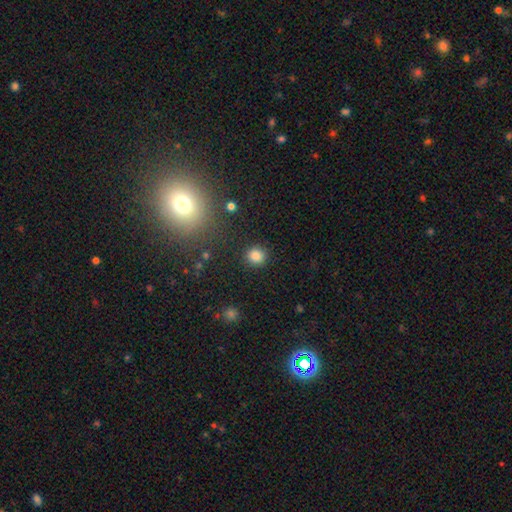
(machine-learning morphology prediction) Overall: smooth (84%). How rounded: round (87%). Merging: none (89%).